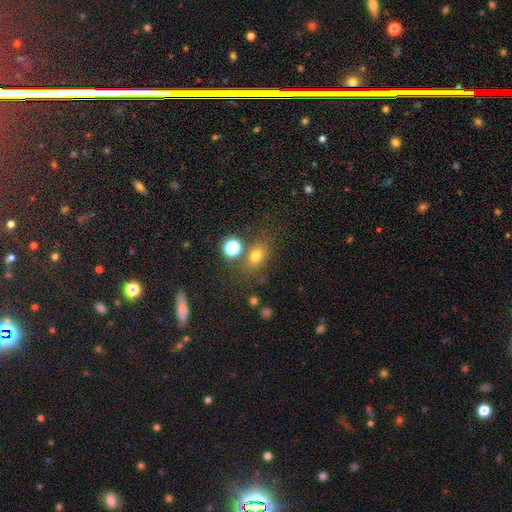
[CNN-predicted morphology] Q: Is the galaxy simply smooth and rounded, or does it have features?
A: smooth — 72%.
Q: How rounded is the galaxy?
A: in between — 57%.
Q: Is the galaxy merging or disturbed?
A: none — 68%.